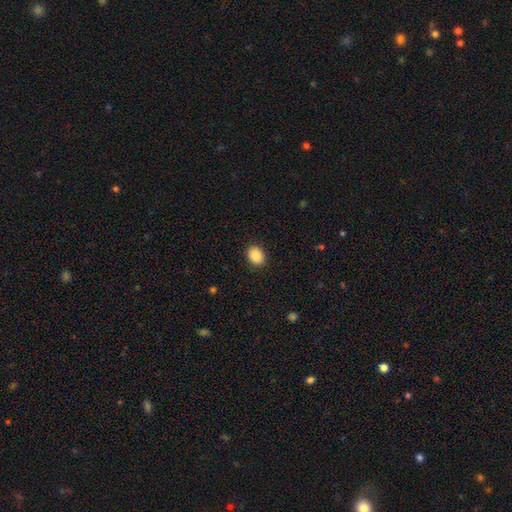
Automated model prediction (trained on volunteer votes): smooth_or_featured: smooth (p=0.89) [alt: star or artifact p=0.08]
how_rounded: in between (p=0.55) [alt: round p=0.44]
merging: none (p=0.90) [alt: minor disturbance p=0.07]